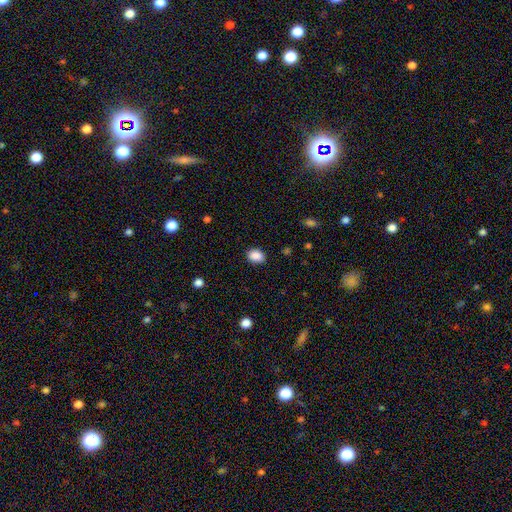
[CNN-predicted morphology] This appears to be a smooth galaxy with no disk features (88%) that is in between round and cigar-shaped (70%). Merging: none (87%).